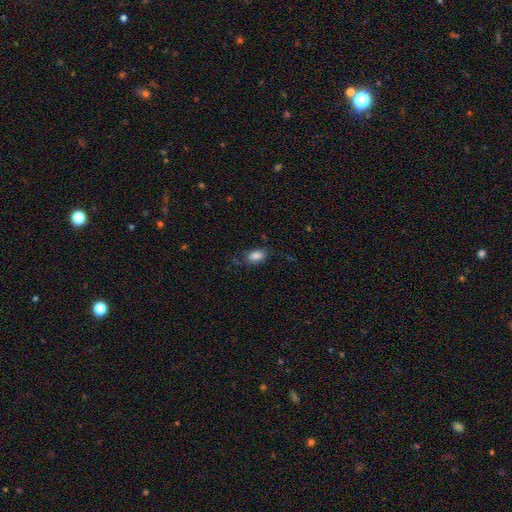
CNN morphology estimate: This is clearly a smooth galaxy (85%). How rounded: clearly in between (90%). Merging: likely none (72%).